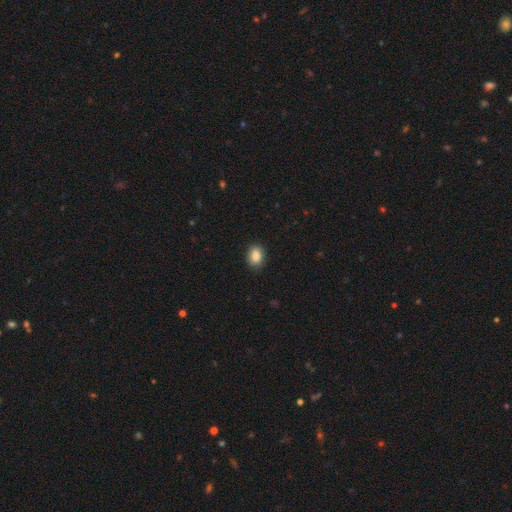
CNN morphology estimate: Smooth or featured? smooth (87%)
How rounded? in between (73%)
Merging? none (87%)